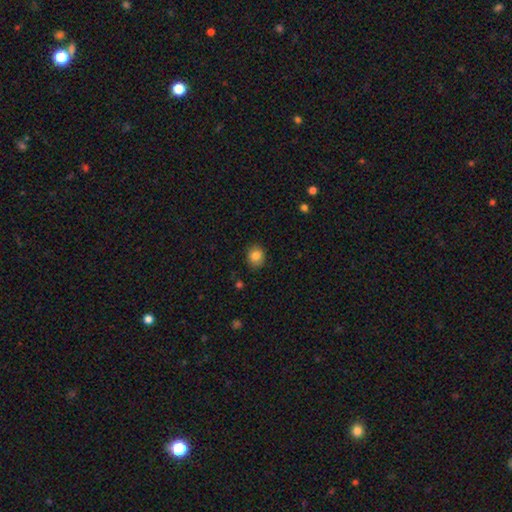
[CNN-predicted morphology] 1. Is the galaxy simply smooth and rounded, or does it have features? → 84% smooth, 10% star or artifact, 7% featured or disk.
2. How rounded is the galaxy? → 70% round, 29% in between, 1% cigar-shaped.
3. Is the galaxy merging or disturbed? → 87% none, 10% minor disturbance, 2% major disturbance, 1% merger.